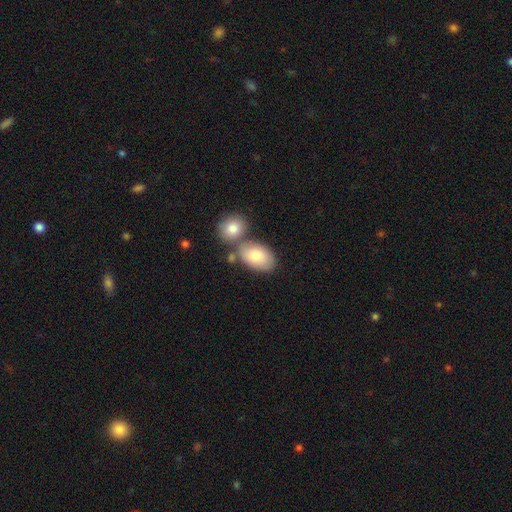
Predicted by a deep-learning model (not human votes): Q: Smooth or featured?
A: smooth (81%); runner-up: featured or disk (13%)
Q: How rounded?
A: in between (90%); runner-up: round (9%)
Q: Merging?
A: none (52%); runner-up: merger (31%)